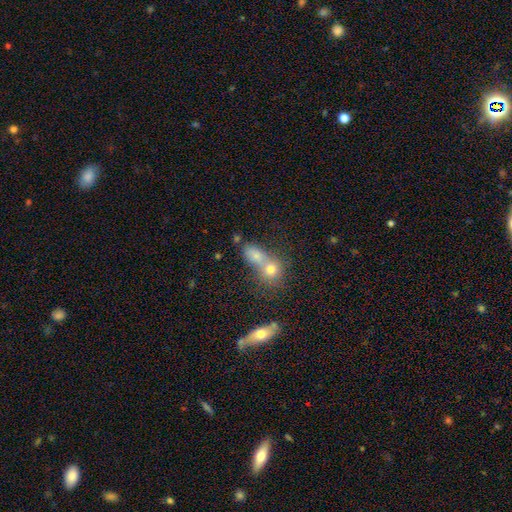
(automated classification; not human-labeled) This is likely a smooth galaxy (71%). How rounded: possibly in between (55%). Merging: likely merger (62%).